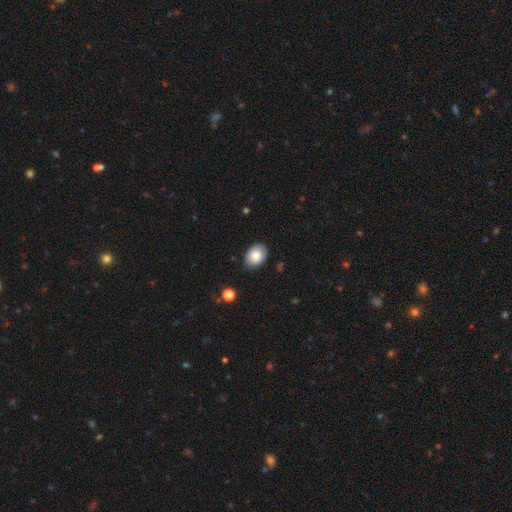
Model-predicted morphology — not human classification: smooth 85%, star or artifact 8%, featured or disk 8%. Down the decision tree: how rounded — in between (68%); merging — none (84%).